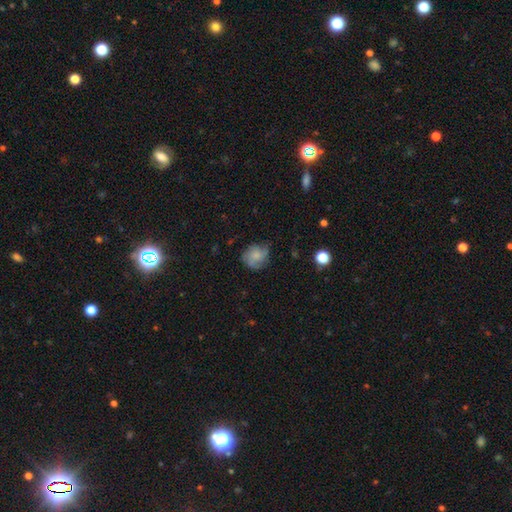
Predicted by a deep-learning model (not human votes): Smooth or featured? smooth (65%)
How rounded? round (80%)
Merging? none (64%)